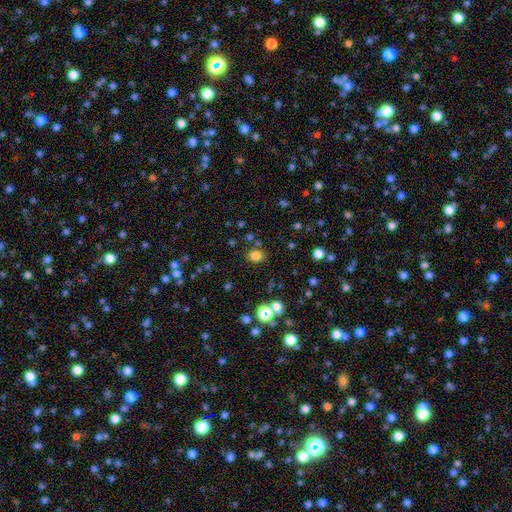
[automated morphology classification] type=smooth (77%); roundness=in between (51%); merging=none (81%).